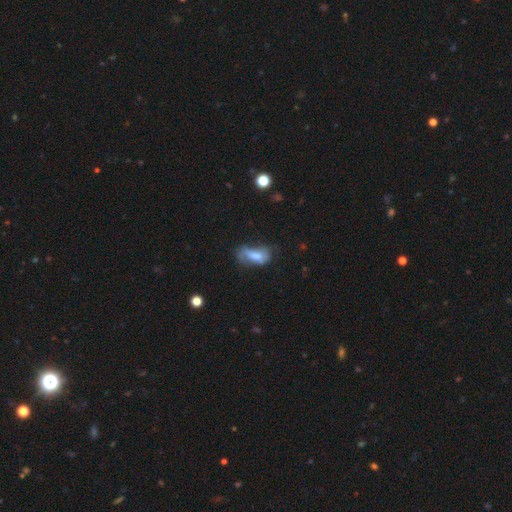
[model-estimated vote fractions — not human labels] This appears to be a smooth galaxy with no disk features (64%) that is in between round and cigar-shaped (82%). Merging: none (34%).